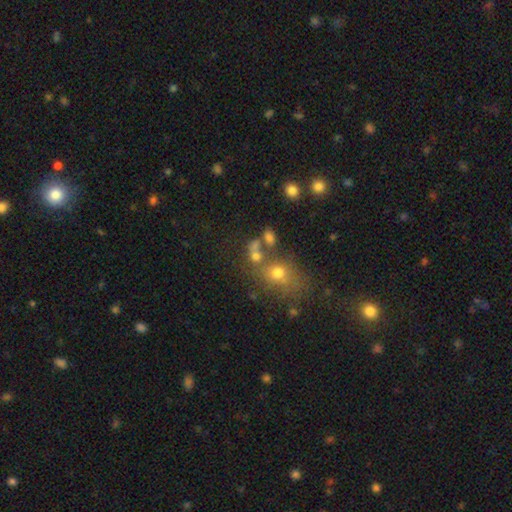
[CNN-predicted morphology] This is possibly a smooth galaxy (53%). How rounded: possibly round (59%). Merging: possibly none (55%).